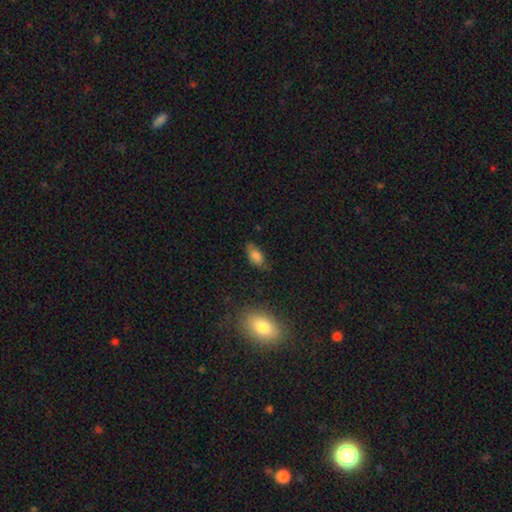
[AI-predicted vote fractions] A smooth galaxy with no disk features (77%) that is in between round and cigar-shaped (89%).

Vote fractions:
- Smooth or featured? smooth: 77% / featured or disk: 12% / star or artifact: 10%
- How rounded? in between: 89% / cigar-shaped: 6% / round: 5%
- Merging? none: 67% / minor disturbance: 25% / major disturbance: 7% / merger: 2%